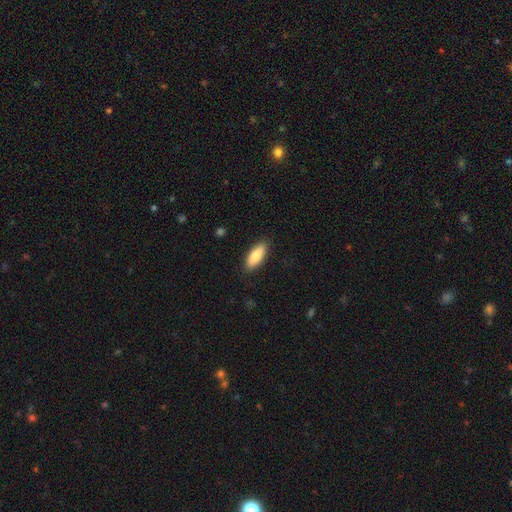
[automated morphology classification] This is clearly a smooth galaxy (82%). How rounded: likely in between (67%). Merging: clearly none (88%).